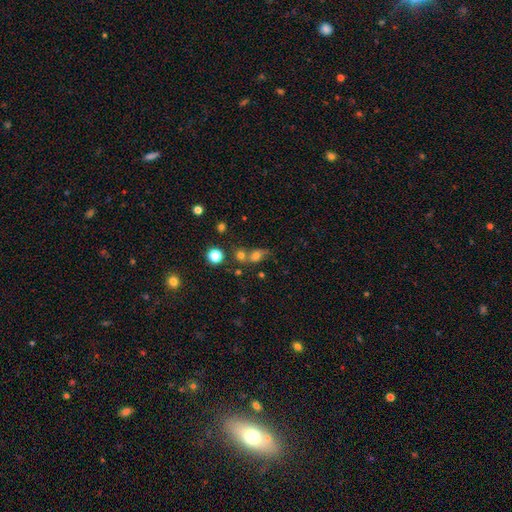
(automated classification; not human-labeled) Smooth or featured: smooth — 63% (star or artifact — 21%)
How rounded: round — 49% (in between — 47%)
Merging: merger — 42% (none — 36%)